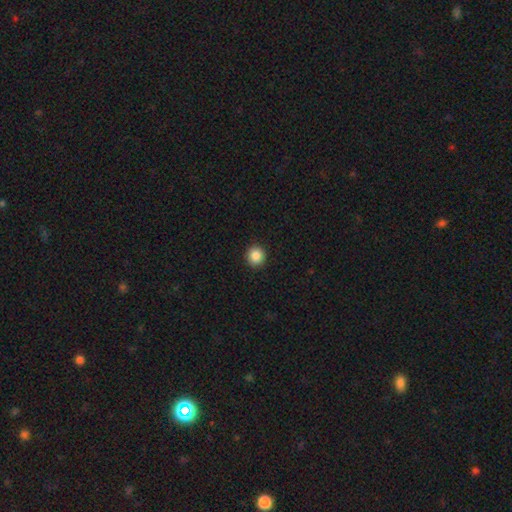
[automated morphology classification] Overall: smooth (87%). How rounded: round (92%). Merging: none (93%).